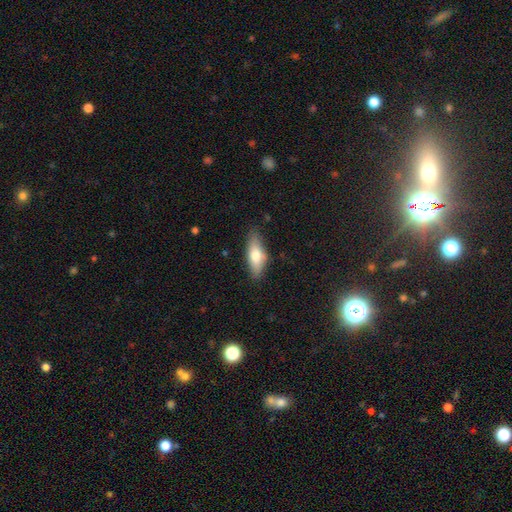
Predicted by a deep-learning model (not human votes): Morphology: type=smooth (70%); roundness=in between (66%); merging=none (80%).